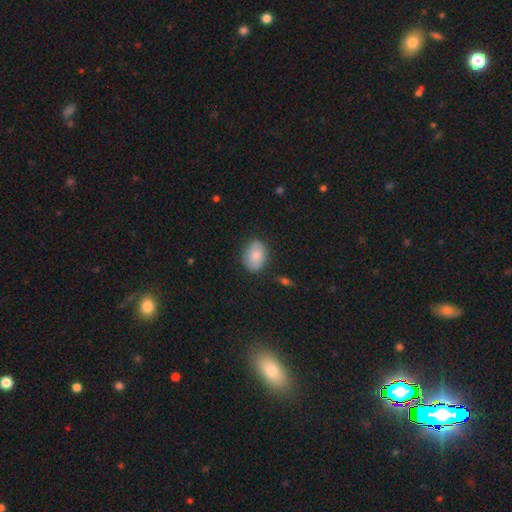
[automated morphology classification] Smooth or featured: smooth — 79% (featured or disk — 14%)
How rounded: in between — 71% (round — 28%)
Merging: none — 80% (minor disturbance — 16%)